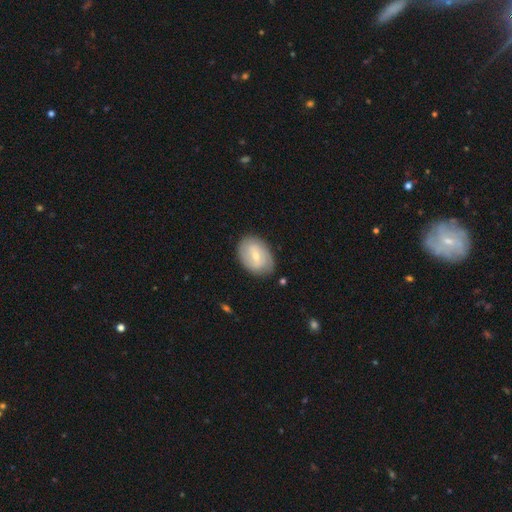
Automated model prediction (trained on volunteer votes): Overall: featured or disk (55%; smooth 39%). Edge-on disk: no (95%). Bar: weak (56%; no 26%). Spiral arms: yes (69%; no 31%). Bulge size: moderate (49%; small 47%). Merging: none (81%).